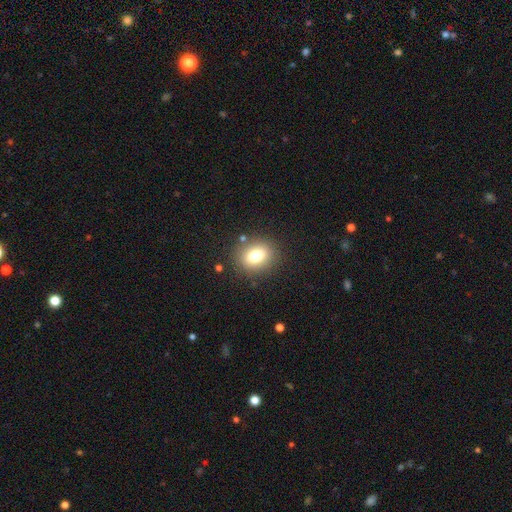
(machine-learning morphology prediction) This appears to be a smooth galaxy with no disk features (76%) that is round (53%). Merging: none (85%).